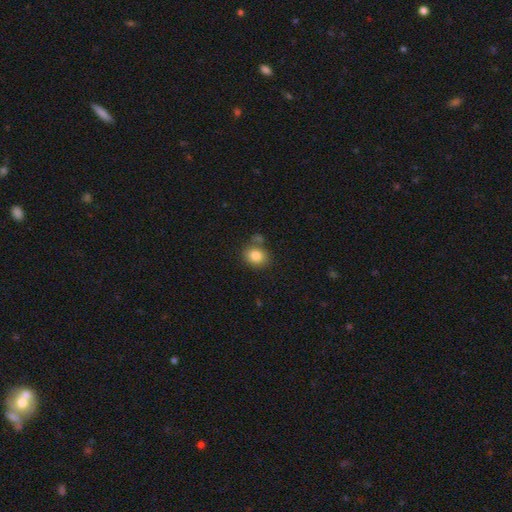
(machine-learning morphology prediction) Q: Smooth or featured?
A: smooth (84%); runner-up: star or artifact (9%)
Q: How rounded?
A: round (59%); runner-up: in between (40%)
Q: Merging?
A: none (68%); runner-up: merger (14%)